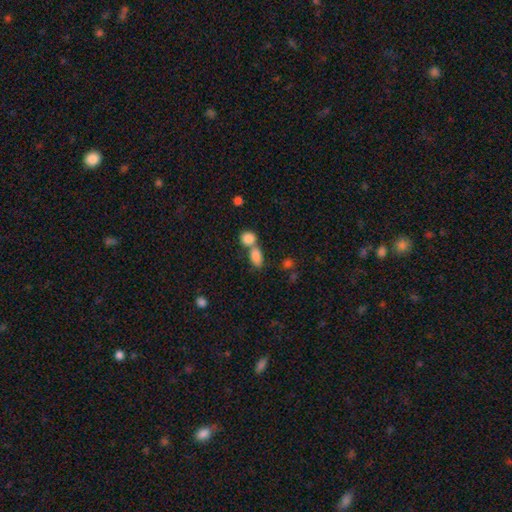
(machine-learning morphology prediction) Smooth or featured? smooth (84%)
How rounded? in between (80%)
Merging? merger (54%)